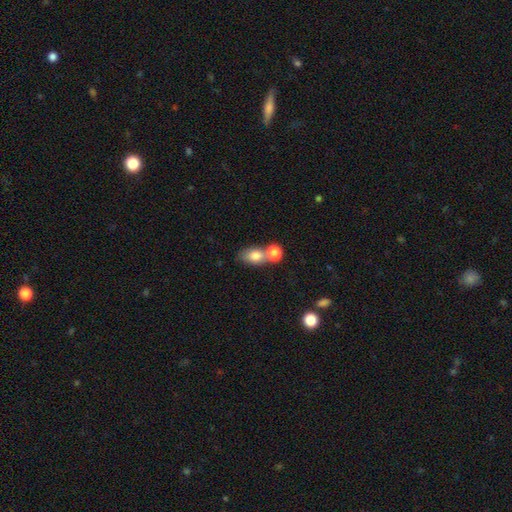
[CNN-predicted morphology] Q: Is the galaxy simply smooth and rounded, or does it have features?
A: smooth — 79%.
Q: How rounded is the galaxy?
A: in between — 72%.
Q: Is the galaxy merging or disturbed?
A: merger — 47%.